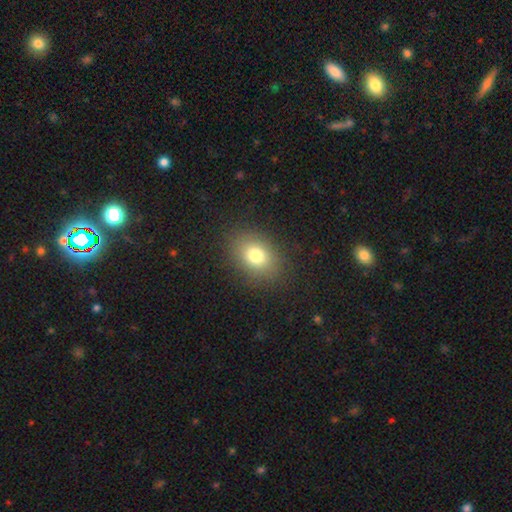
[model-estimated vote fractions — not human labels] The model was most divided on "how rounded": in between: 66%, round: 33%, cigar-shaped: 1%. More confident: merging — none (85%); smooth or featured — smooth (78%).